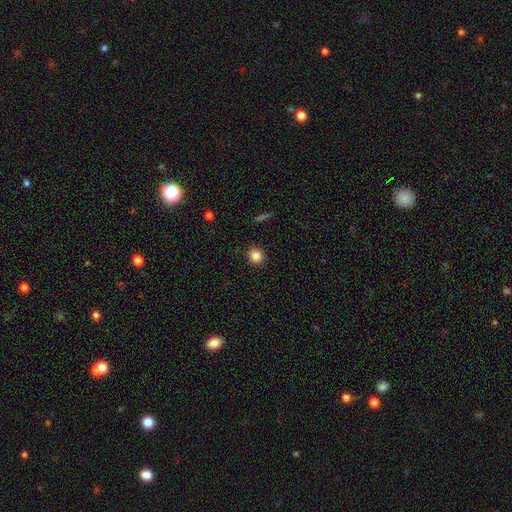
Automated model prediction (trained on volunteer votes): Smooth or featured? smooth (85%)
How rounded? round (82%)
Merging? none (91%)